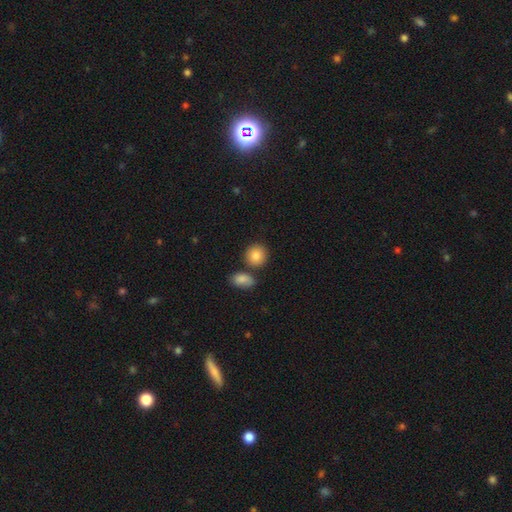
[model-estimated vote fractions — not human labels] The model was most divided on "merging": none: 72%, merger: 15%, minor disturbance: 10%, major disturbance: 3%. More confident: smooth or featured — smooth (85%); how rounded — round (83%).